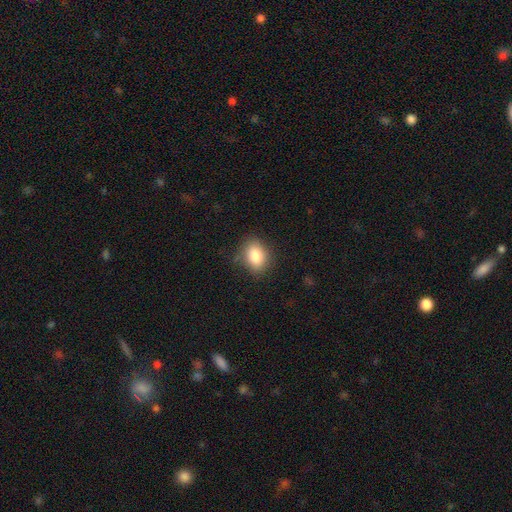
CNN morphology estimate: The model was most divided on "how rounded": in between: 70%, round: 29%, cigar-shaped: 1%. More confident: smooth or featured — smooth (83%); merging — none (81%).